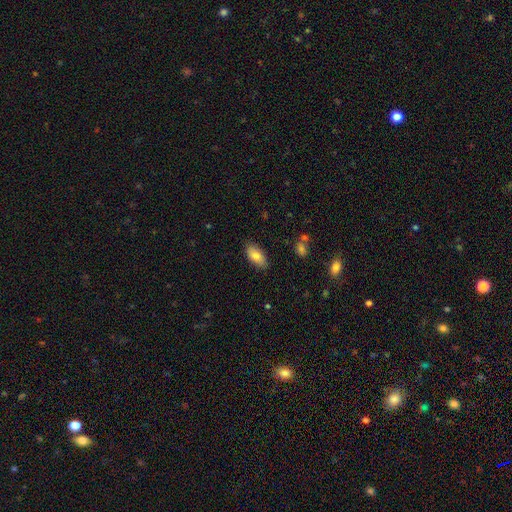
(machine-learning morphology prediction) A smooth galaxy with no disk features (80%) that is in between round and cigar-shaped (90%).

Vote fractions:
- Smooth or featured? smooth: 80% / featured or disk: 13% / star or artifact: 7%
- How rounded? in between: 90% / cigar-shaped: 7% / round: 3%
- Merging? none: 86% / minor disturbance: 11% / major disturbance: 2% / merger: 1%